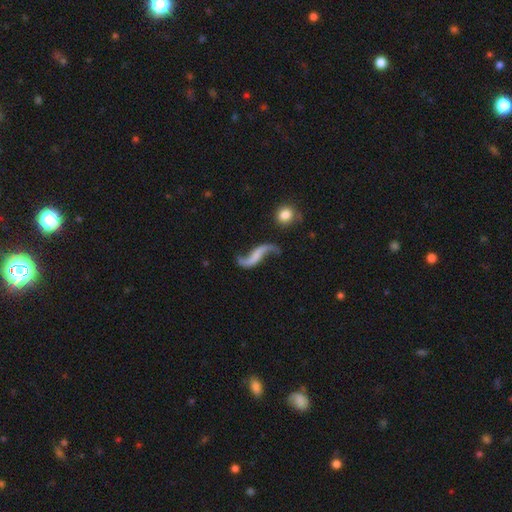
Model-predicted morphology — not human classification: This appears to be a featured or disk galaxy (87%) with no bar (50%), 2 (93%) loose (95%) spiral arms (95%) and no central bulge (61%). Merging: none (67%).